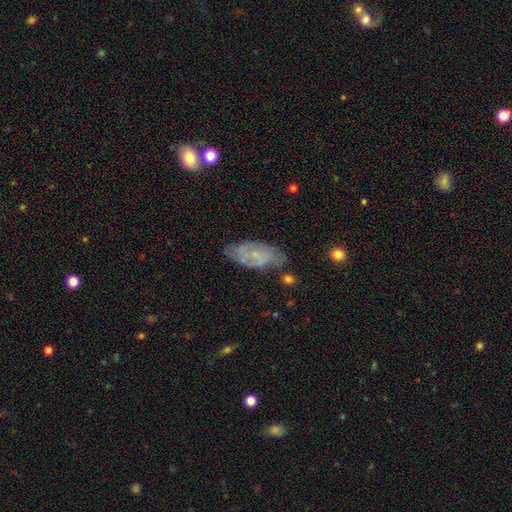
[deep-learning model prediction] featured or disk 54%, smooth 36%, star or artifact 9%. Down the decision tree: edge-on disk — no (91%); merging — none (69%).